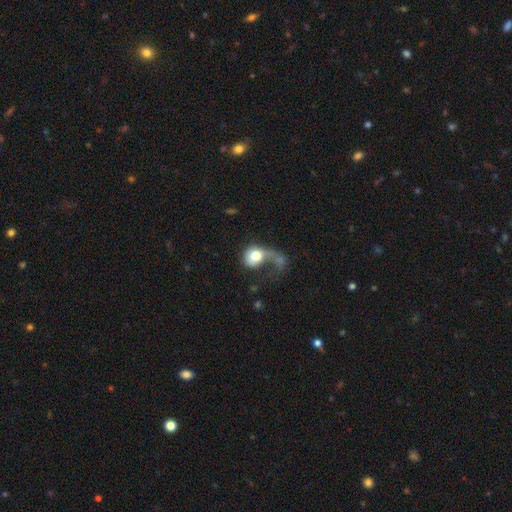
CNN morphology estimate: type=smooth (66%); roundness=round (60%); merging=major disturbance (58%).